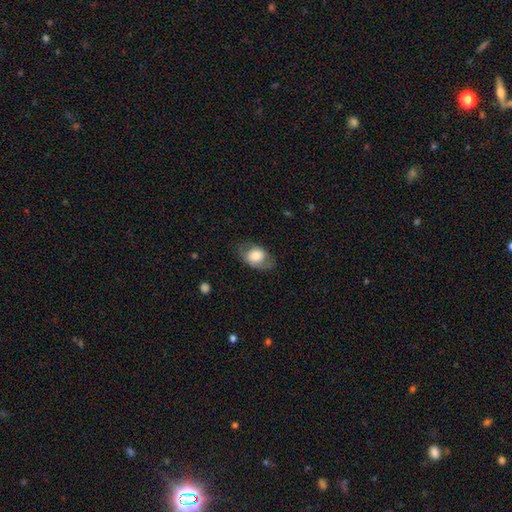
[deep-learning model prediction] smooth-or-featured: smooth: 64% | featured or disk: 29% | star or artifact: 7%
  how-rounded: in between: 71% | round: 28% | cigar-shaped: 1%
  merging: none: 74% | minor disturbance: 17% | major disturbance: 8% | merger: 1%